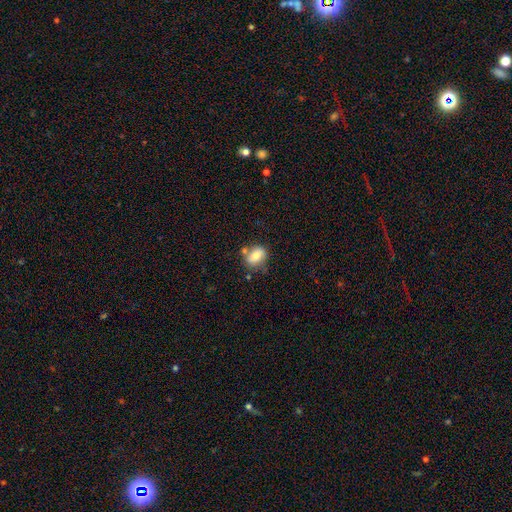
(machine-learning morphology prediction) Smooth or featured? Predicted: smooth (p=0.69). How rounded? Predicted: in between (p=0.62). Merging? Predicted: none (p=0.63).